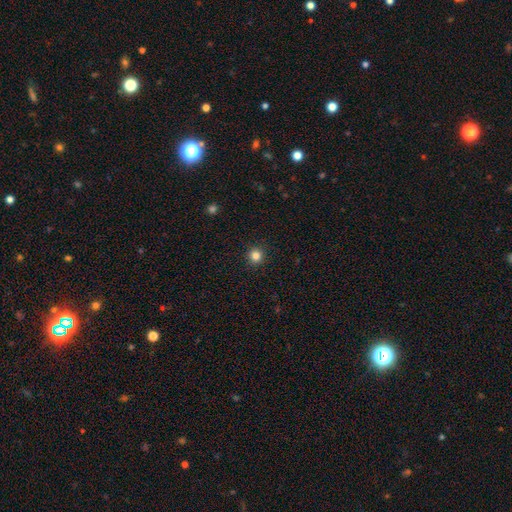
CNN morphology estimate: type=smooth (83%); roundness=round (94%); merging=none (93%).